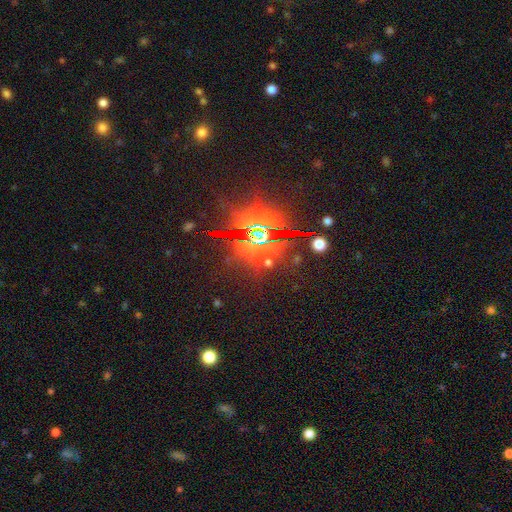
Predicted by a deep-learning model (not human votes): Smooth or featured: star or artifact — 81% (featured or disk — 12%)